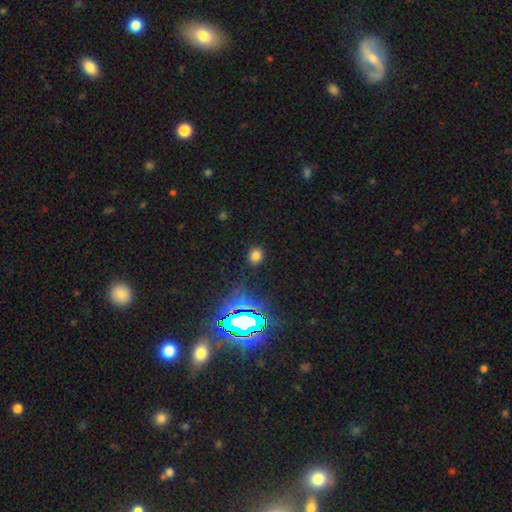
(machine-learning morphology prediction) smooth 71%, star or artifact 24%, featured or disk 6%. Down the decision tree: how rounded — round (73%); merging — none (87%).